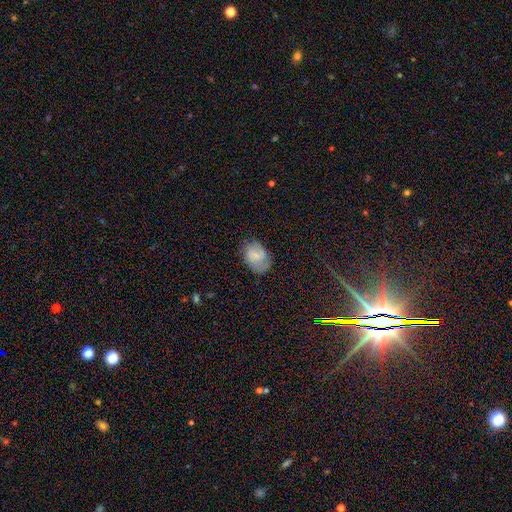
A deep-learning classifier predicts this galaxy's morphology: This is possibly a smooth galaxy (49%). Merging: likely none (63%).